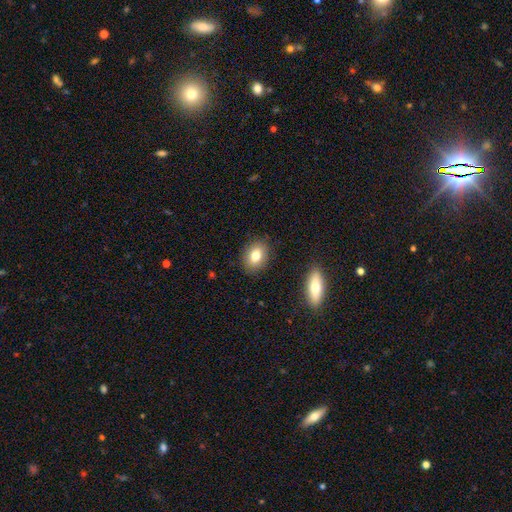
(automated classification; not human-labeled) Smooth or featured?
  - smooth: 80% *
  - featured or disk: 12%
  - star or artifact: 9%
How rounded?
  - in between: 72% *
  - round: 27%
  - cigar-shaped: 2%
Merging?
  - none: 86% *
  - minor disturbance: 9%
  - major disturbance: 3%
  - merger: 2%